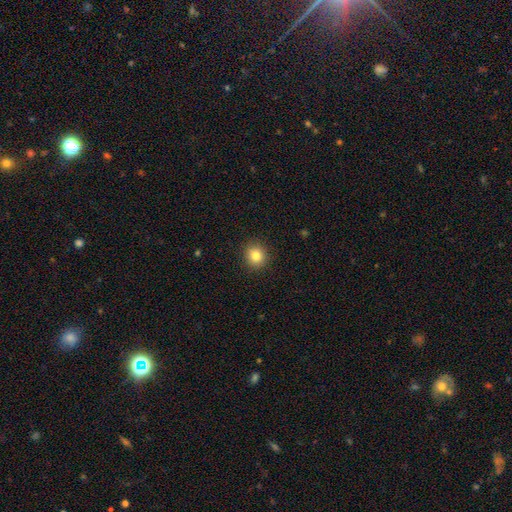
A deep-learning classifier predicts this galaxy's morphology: A smooth galaxy with no disk features (83%) that is round (86%).

Vote fractions:
- Smooth or featured? smooth: 83% / star or artifact: 11% / featured or disk: 6%
- How rounded? round: 86% / in between: 13% / cigar-shaped: 1%
- Merging? none: 90% / minor disturbance: 7% / major disturbance: 2% / merger: 1%